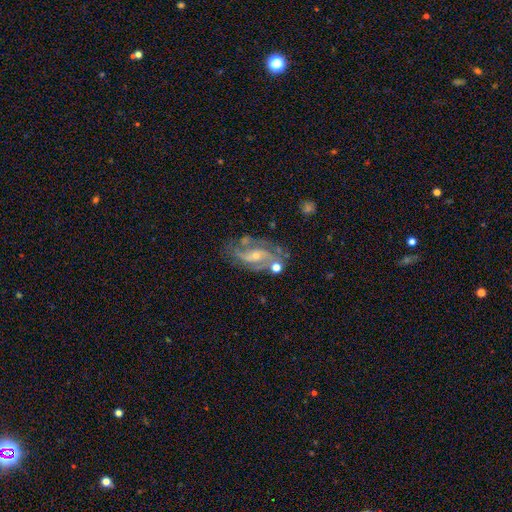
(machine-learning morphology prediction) Smooth or featured? featured or disk (86%)
Edge-on disk? no (96%)
Bar? no (44%)
Spiral arms? yes (96%)
Spiral winding? medium (53%)
Spiral arm count? 2 (67%)
Bulge size? small (64%)
Merging? none (64%)